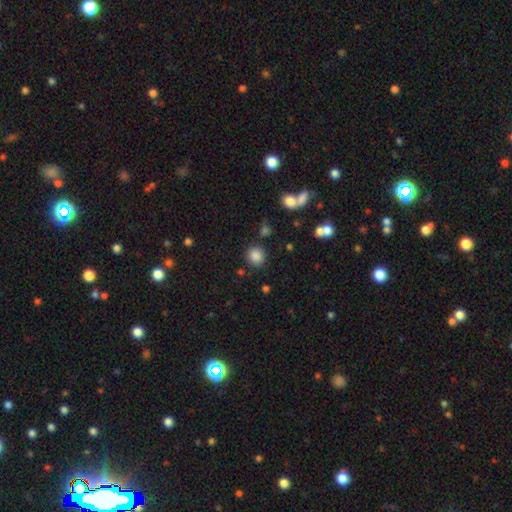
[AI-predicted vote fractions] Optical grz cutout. It shows a smooth galaxy with no disk features (85%) that is round (85%). Merging: none (84%).